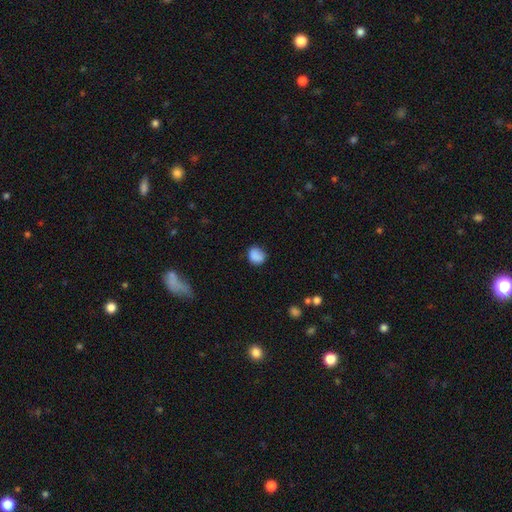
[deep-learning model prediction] smooth-or-featured: smooth: 85% | star or artifact: 9% | featured or disk: 6%
  how-rounded: round: 67% | in between: 32% | cigar-shaped: 1%
  merging: none: 73% | minor disturbance: 20% | major disturbance: 4% | merger: 2%